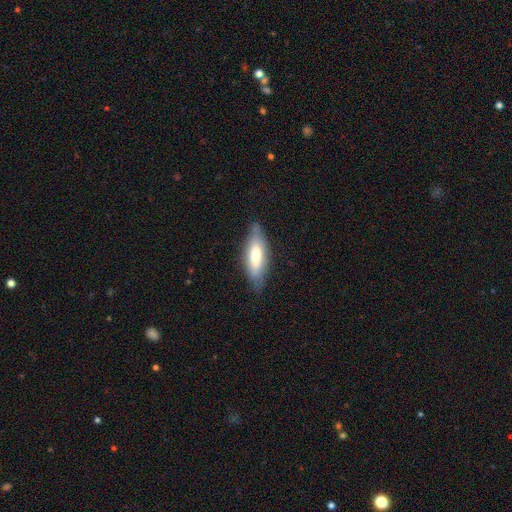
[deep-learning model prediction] smooth-or-featured: smooth: 63% | featured or disk: 31% | star or artifact: 6%
  how-rounded: in between: 52% | cigar-shaped: 46% | round: 2%
  merging: none: 75% | minor disturbance: 19% | major disturbance: 4% | merger: 1%